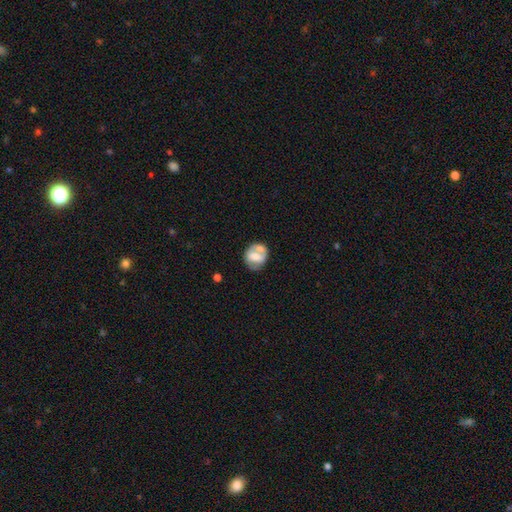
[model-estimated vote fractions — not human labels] This is possibly a smooth galaxy (50%). How rounded: likely round (64%). Merging: marginally none (44%).